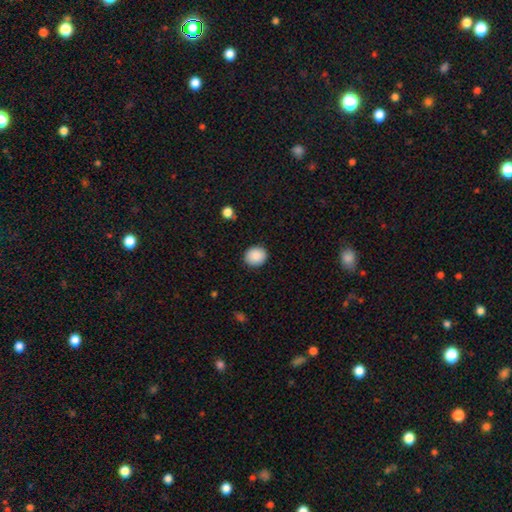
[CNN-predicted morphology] smooth 89%, star or artifact 8%, featured or disk 3%. Down the decision tree: how rounded — round (71%); merging — none (90%).